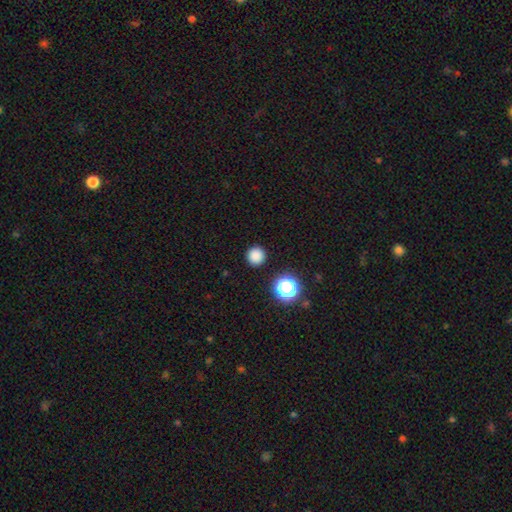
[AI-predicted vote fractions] A smooth galaxy with no disk features (83%) that is round (95%). Merging: none (92%).